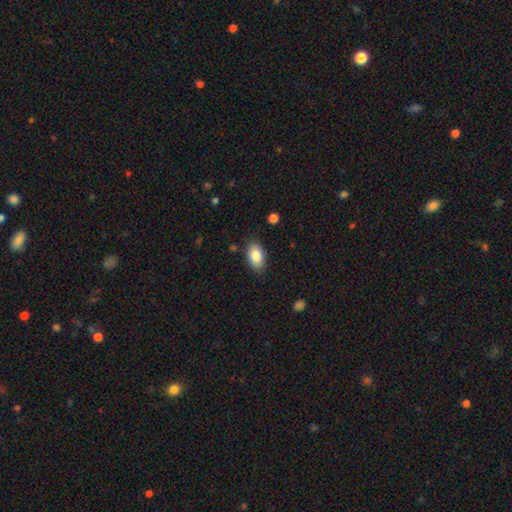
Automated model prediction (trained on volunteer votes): smooth 86%, featured or disk 7%, star or artifact 7%. Down the decision tree: how rounded — in between (92%); merging — none (85%).